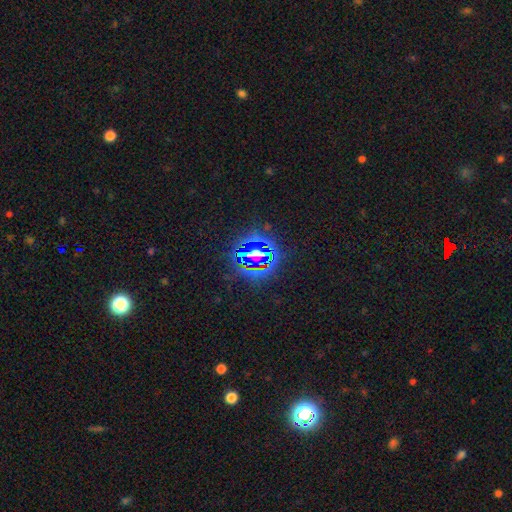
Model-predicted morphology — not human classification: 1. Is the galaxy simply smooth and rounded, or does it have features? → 74% star or artifact, 14% smooth, 12% featured or disk.